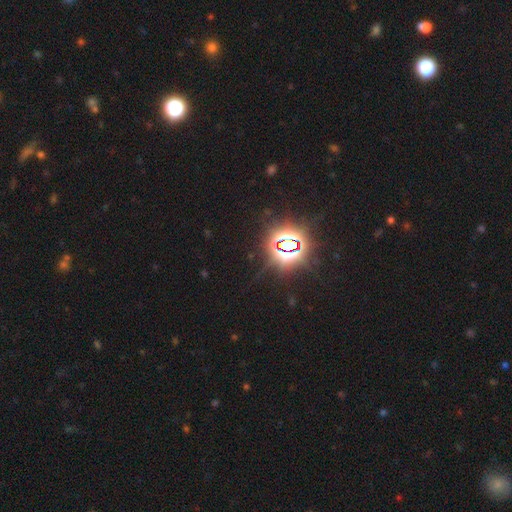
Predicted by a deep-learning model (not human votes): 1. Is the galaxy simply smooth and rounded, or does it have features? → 83% star or artifact, 11% smooth, 7% featured or disk.